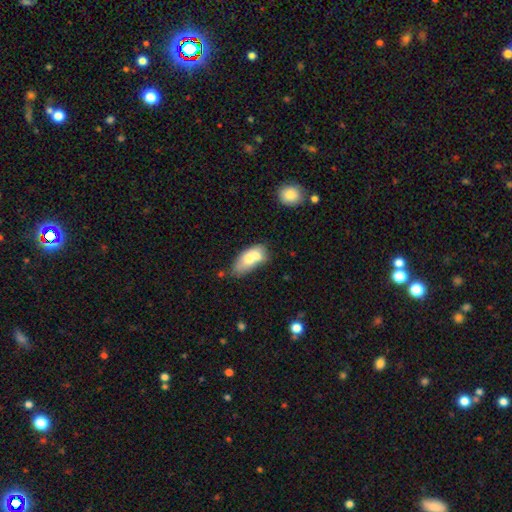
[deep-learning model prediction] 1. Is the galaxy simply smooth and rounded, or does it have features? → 65% smooth, 28% featured or disk, 7% star or artifact.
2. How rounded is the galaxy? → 85% in between, 8% cigar-shaped, 7% round.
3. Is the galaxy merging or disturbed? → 51% merger, 26% none, 15% minor disturbance, 8% major disturbance.